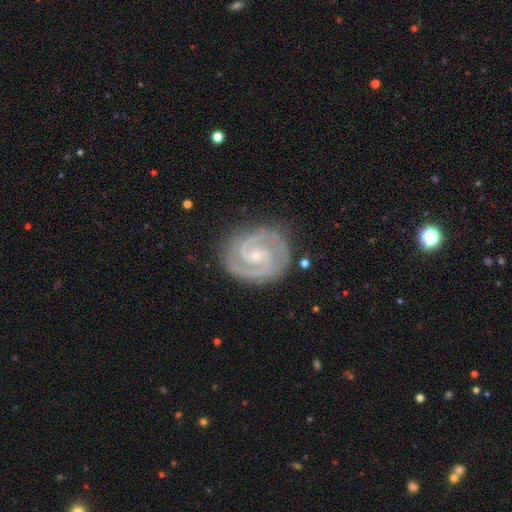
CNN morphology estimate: Overall: featured or disk (92%). Edge-on disk: no (98%). Bar: no (51%; weak 37%). Spiral arms: yes (99%). Spiral arm count: 2 (89%). Spiral winding: tight (63%; medium 33%). Bulge size: small (74%). Merging: none (83%).